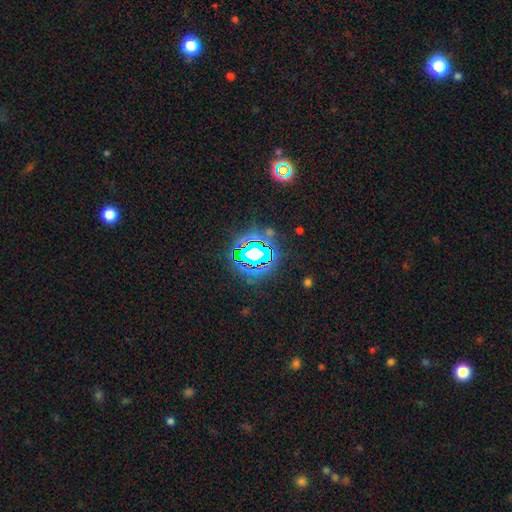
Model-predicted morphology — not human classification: A star or artifact, not a galaxy (81%).